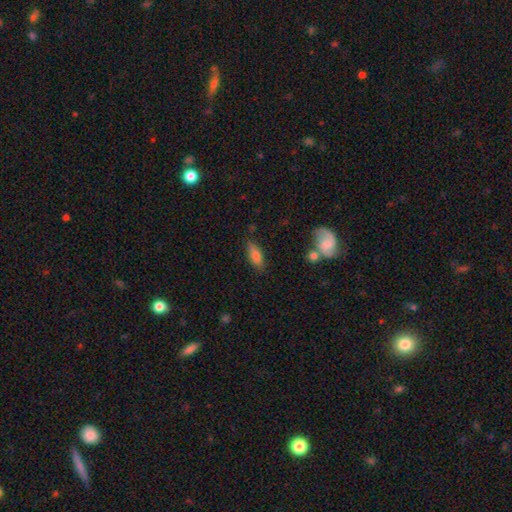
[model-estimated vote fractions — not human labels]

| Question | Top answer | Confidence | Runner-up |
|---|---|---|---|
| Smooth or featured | smooth | 76% | featured or disk (16%) |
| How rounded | in between | 73% | cigar-shaped (23%) |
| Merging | none | 76% | minor disturbance (16%) |